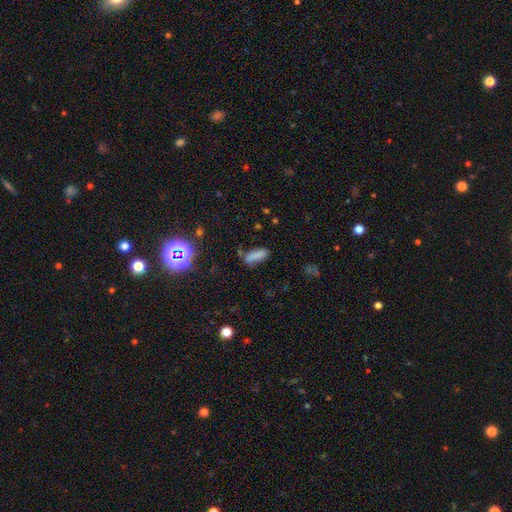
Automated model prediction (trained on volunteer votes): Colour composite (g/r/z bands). It shows a smooth galaxy with no disk features (79%) that is in between round and cigar-shaped (61%). Merging: none (69%).